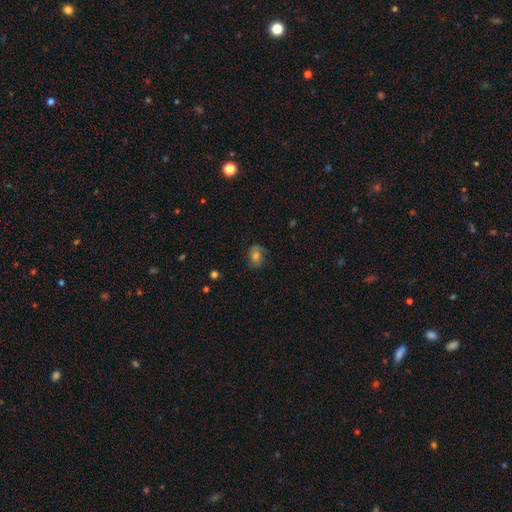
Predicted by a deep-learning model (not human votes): A smooth galaxy with no disk features (53%) that is in between round and cigar-shaped (63%).

Vote fractions:
- Smooth or featured? smooth: 53% / featured or disk: 31% / star or artifact: 17%
- How rounded? in between: 63% / round: 36% / cigar-shaped: 2%
- Merging? none: 73% / minor disturbance: 19% / major disturbance: 7% / merger: 1%